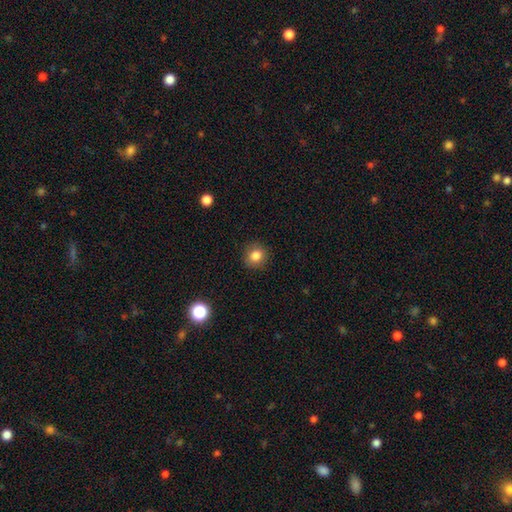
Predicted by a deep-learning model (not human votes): This is clearly a smooth galaxy (83%). How rounded: clearly round (83%). Merging: clearly none (89%).